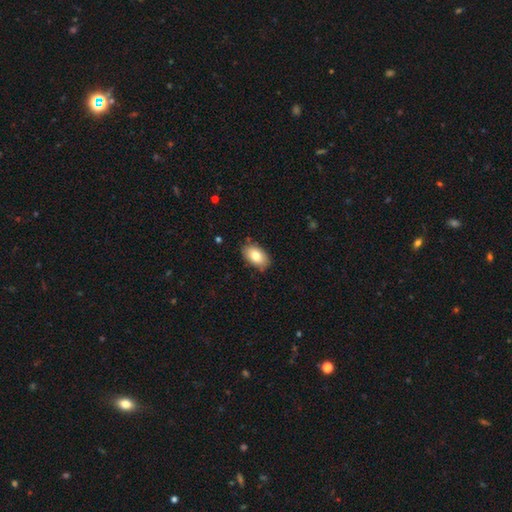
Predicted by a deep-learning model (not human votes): smooth 81%, featured or disk 12%, star or artifact 7%. Down the decision tree: how rounded — in between (92%); merging — none (82%).